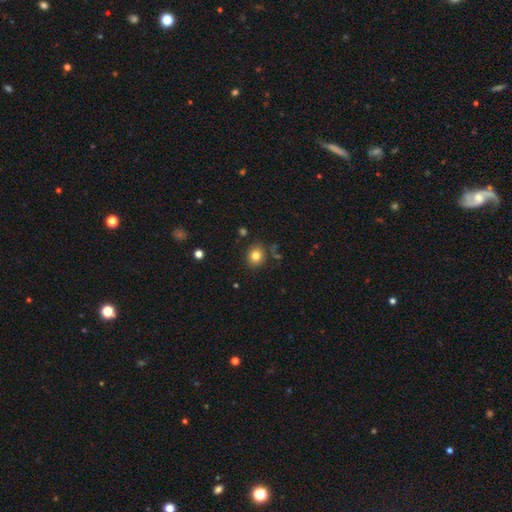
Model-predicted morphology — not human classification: The model was most divided on "how rounded": round: 77%, in between: 22%, cigar-shaped: 1%. More confident: merging — none (84%); smooth or featured — smooth (80%).